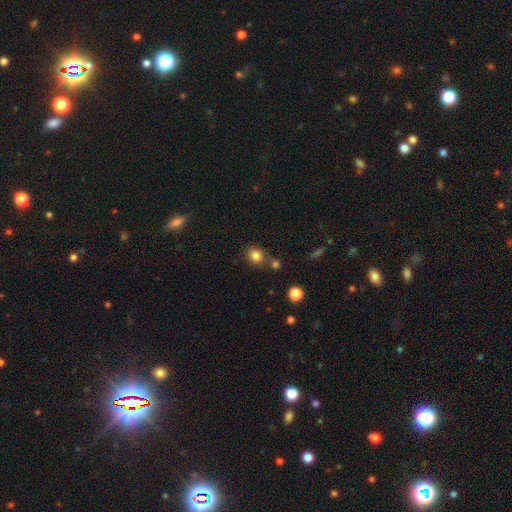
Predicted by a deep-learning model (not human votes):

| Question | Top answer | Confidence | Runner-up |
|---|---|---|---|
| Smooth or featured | smooth | 83% | star or artifact (11%) |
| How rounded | round | 60% | in between (39%) |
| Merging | none | 67% | merger (16%) |